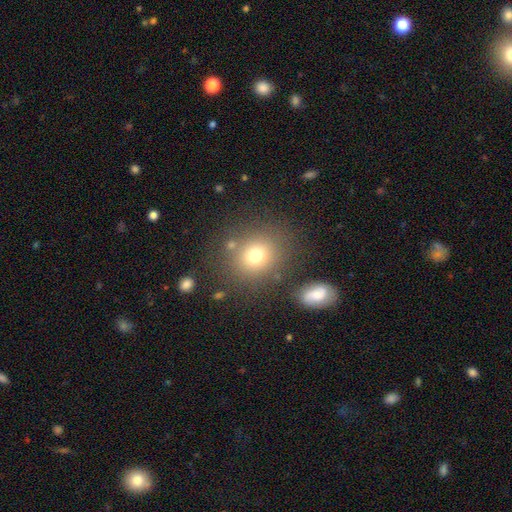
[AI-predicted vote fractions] smooth 74%, star or artifact 15%, featured or disk 11%. Down the decision tree: how rounded — round (76%); merging — none (77%).